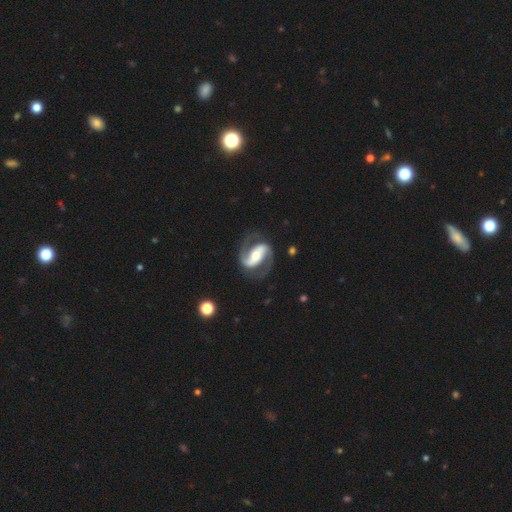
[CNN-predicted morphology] This appears to be a featured or disk galaxy (89%) with a strong bar (62%), 2 (93%) medium (54%) spiral arms (96%) and a moderate central bulge (54%). Merging: none (79%).